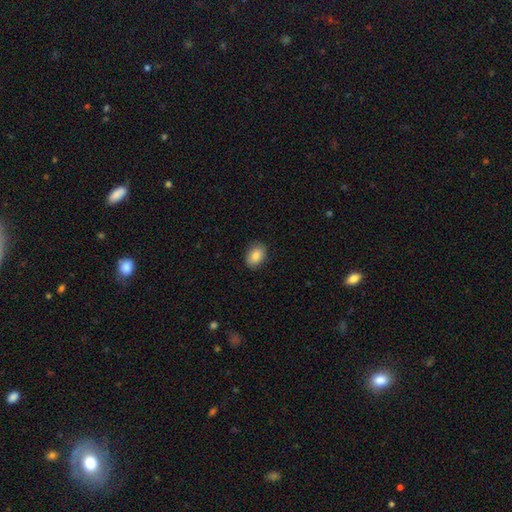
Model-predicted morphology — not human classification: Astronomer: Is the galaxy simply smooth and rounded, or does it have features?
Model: smooth — 84%.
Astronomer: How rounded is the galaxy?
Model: in between — 80%.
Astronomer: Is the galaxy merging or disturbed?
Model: none — 87%.